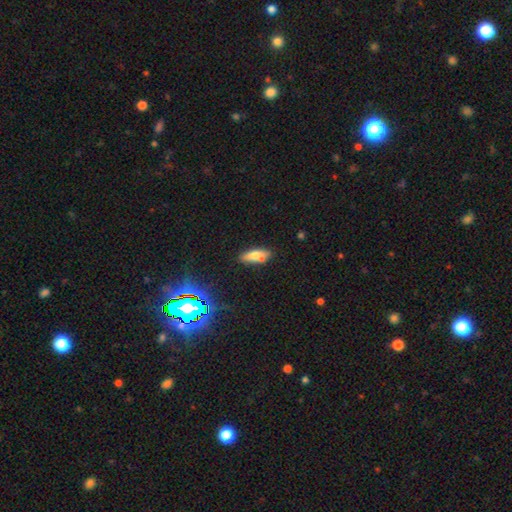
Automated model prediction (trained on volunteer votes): Smooth or featured: smooth — 69% (featured or disk — 19%)
How rounded: in between — 71% (cigar-shaped — 26%)
Merging: none — 70% (minor disturbance — 15%)